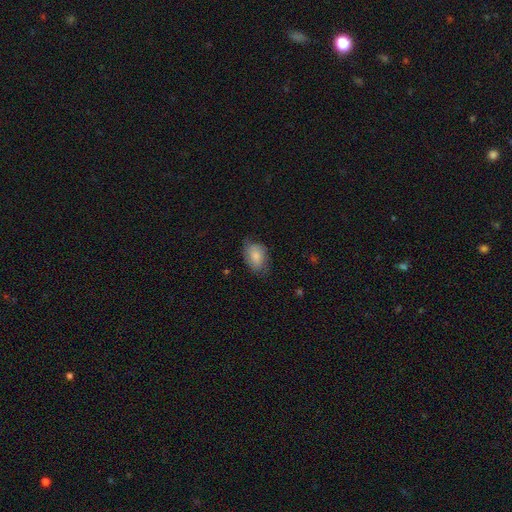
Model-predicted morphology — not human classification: The model was most divided on "merging": none: 60%, minor disturbance: 30%, major disturbance: 9%, merger: 1%. More confident: how rounded — in between (84%); smooth or featured — smooth (72%).